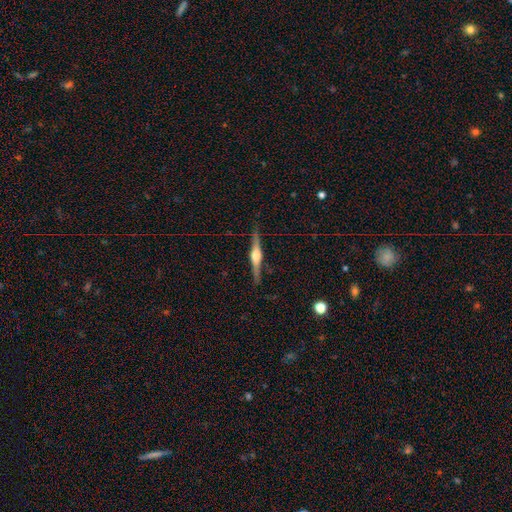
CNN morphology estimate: Q: Smooth or featured?
A: featured or disk (79%); runner-up: smooth (16%)
Q: Edge-on disk?
A: yes (98%); runner-up: no (2%)
Q: Edge-on bulge?
A: rounded (91%); runner-up: boxy (6%)
Q: Merging?
A: none (89%); runner-up: minor disturbance (8%)